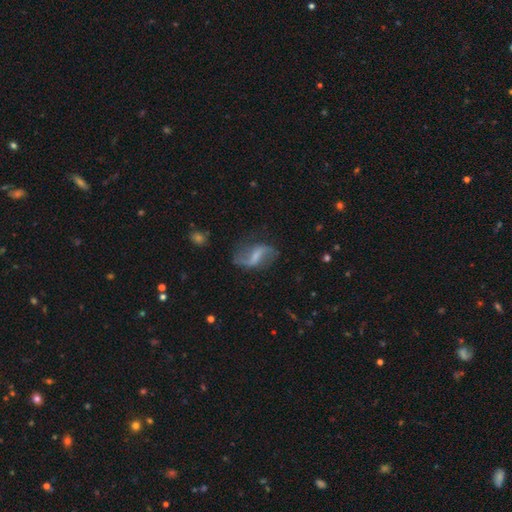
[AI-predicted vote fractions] Smooth or featured? featured or disk (80%)
Edge-on disk? no (96%)
Bar? weak (43%)
Spiral arms? yes (92%)
Spiral winding? loose (80%)
Spiral arm count? 2 (91%)
Bulge size? small (40%)
Merging? none (71%)